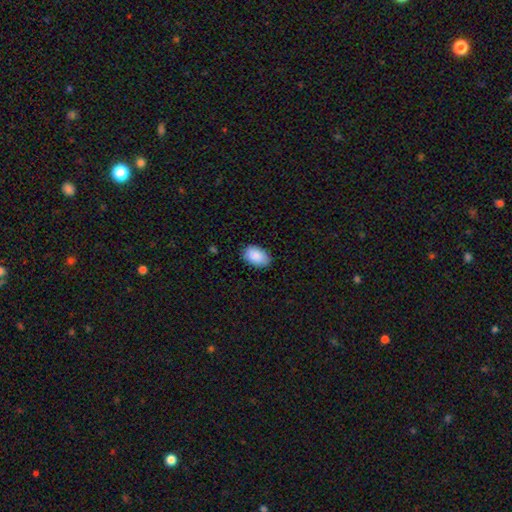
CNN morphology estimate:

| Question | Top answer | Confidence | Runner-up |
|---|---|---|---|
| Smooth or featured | smooth | 89% | star or artifact (6%) |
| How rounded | in between | 91% | round (8%) |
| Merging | none | 85% | minor disturbance (12%) |